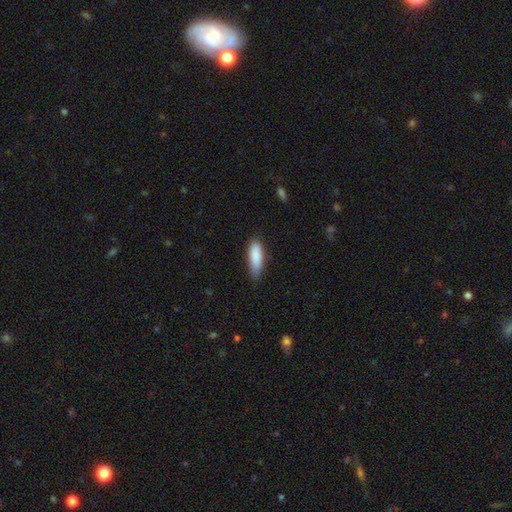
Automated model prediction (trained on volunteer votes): Smooth or featured? smooth (87%)
How rounded? in between (57%)
Merging? none (68%)